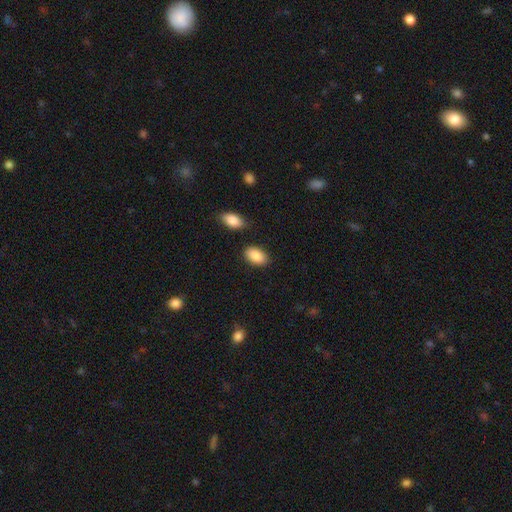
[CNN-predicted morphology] Overall: smooth (89%). How rounded: in between (92%). Merging: none (83%).